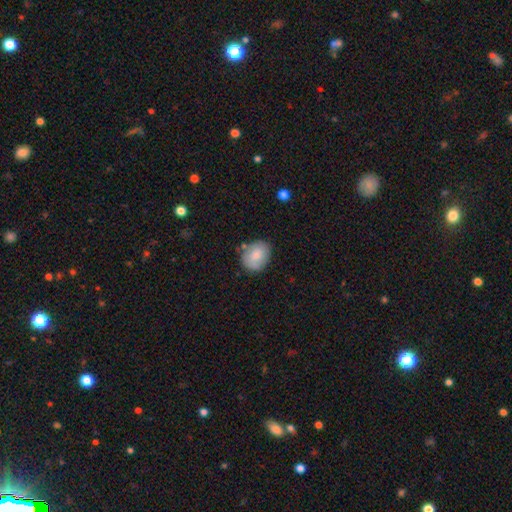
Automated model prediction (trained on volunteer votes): The model was most divided on "how rounded": round: 50%, in between: 49%, cigar-shaped: 1%. More confident: smooth or featured — smooth (81%); merging — none (72%).